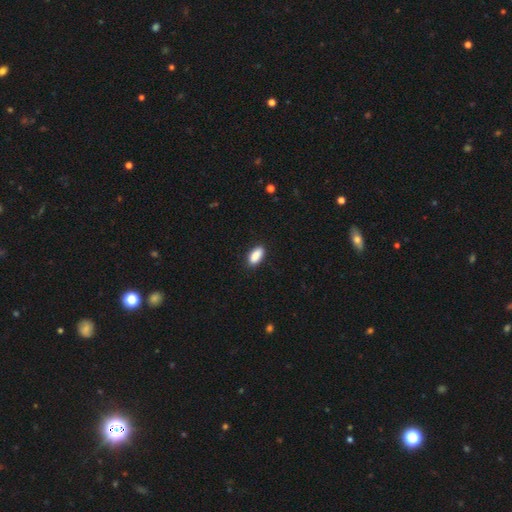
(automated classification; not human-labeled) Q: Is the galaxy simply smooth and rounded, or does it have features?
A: smooth — 90%.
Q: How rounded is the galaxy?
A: in between — 89%.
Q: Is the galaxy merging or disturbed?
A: none — 87%.